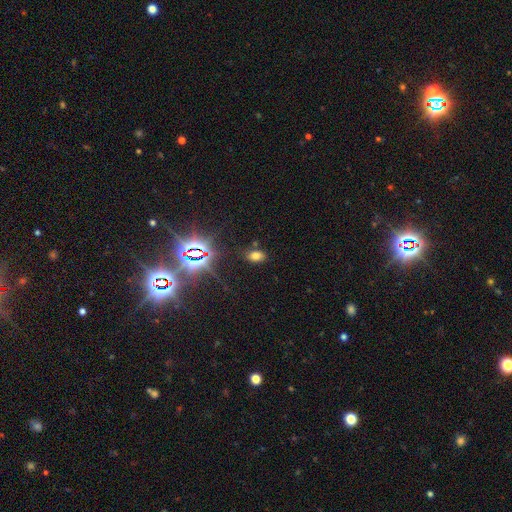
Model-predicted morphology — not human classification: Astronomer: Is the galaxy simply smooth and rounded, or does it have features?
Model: smooth — 61%.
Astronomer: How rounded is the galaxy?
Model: in between — 85%.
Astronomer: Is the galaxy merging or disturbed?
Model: none — 83%.